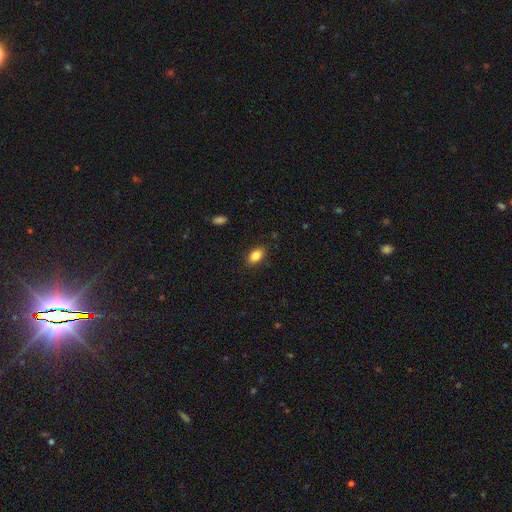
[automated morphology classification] smooth-or-featured: smooth: 86% | star or artifact: 8% | featured or disk: 6%
  how-rounded: in between: 89% | round: 8% | cigar-shaped: 3%
  merging: none: 87% | minor disturbance: 10% | major disturbance: 2% | merger: 1%